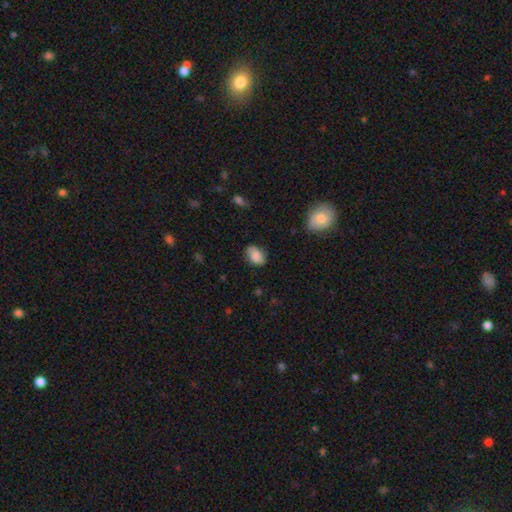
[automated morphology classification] smooth 77%, featured or disk 15%, star or artifact 8%. Down the decision tree: how rounded — in between (83%); merging — none (72%).